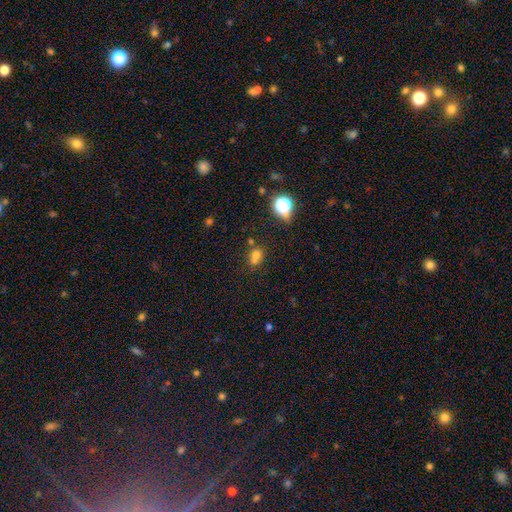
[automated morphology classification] Q: Smooth or featured?
A: smooth (66%); runner-up: star or artifact (22%)
Q: How rounded?
A: round (52%); runner-up: in between (47%)
Q: Merging?
A: none (50%); runner-up: merger (30%)